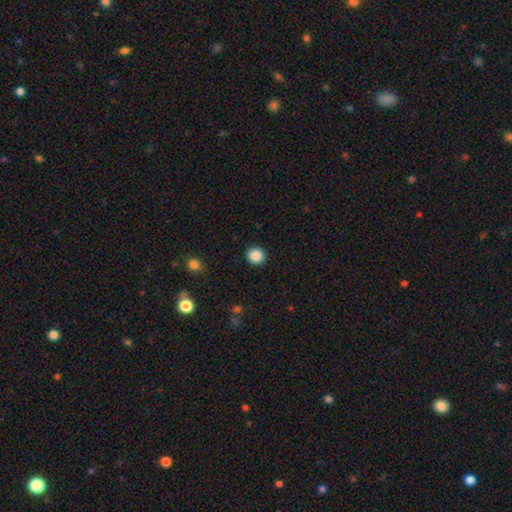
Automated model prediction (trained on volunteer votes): A smooth galaxy with no disk features (88%) that is round (88%).

Vote fractions:
- Smooth or featured? smooth: 88% / star or artifact: 9% / featured or disk: 3%
- How rounded? round: 88% / in between: 11% / cigar-shaped: 1%
- Merging? none: 91% / minor disturbance: 6% / major disturbance: 2% / merger: 1%